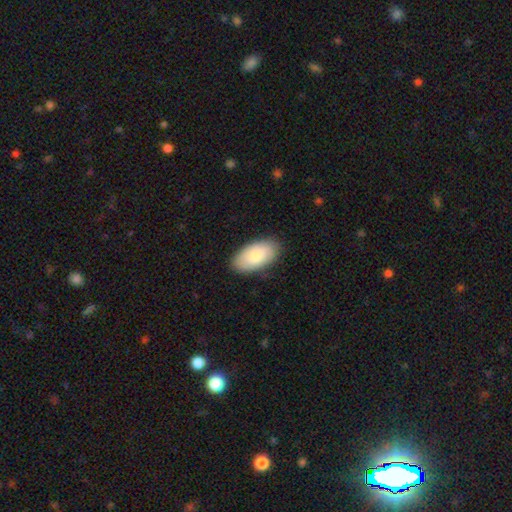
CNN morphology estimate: Smooth or featured: smooth — 82% (featured or disk — 13%)
How rounded: in between — 95% (round — 2%)
Merging: none — 86% (minor disturbance — 11%)